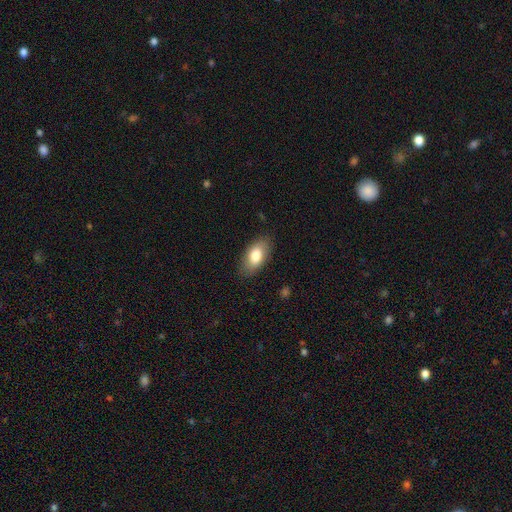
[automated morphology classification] The model was most divided on "smooth or featured": smooth: 80%, featured or disk: 14%, star or artifact: 6%. More confident: how rounded — in between (91%); merging — none (85%).